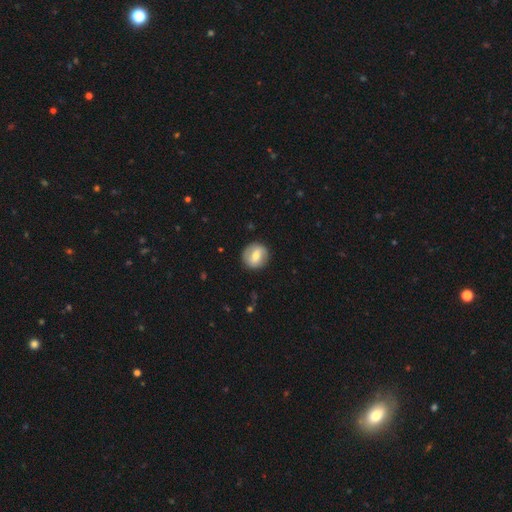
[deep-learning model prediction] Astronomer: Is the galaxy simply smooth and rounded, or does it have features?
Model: smooth — 51% (runner-up: featured or disk, 43%).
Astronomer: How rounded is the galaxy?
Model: round — 85%.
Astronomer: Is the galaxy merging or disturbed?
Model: none — 86%.